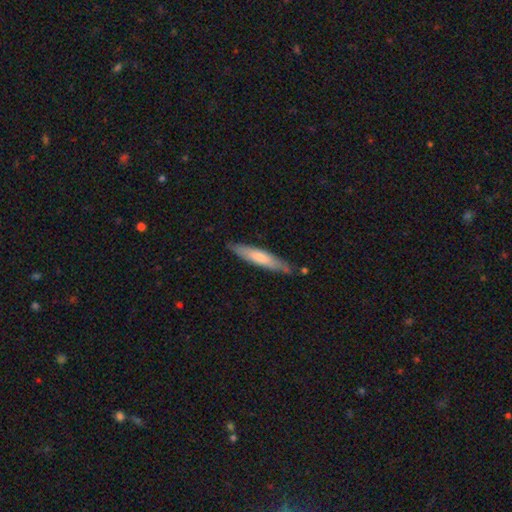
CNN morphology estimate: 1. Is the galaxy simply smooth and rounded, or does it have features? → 58% smooth, 36% featured or disk, 6% star or artifact.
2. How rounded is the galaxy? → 90% cigar-shaped, 8% in between, 1% round.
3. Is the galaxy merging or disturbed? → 83% none, 12% minor disturbance, 2% merger, 2% major disturbance.